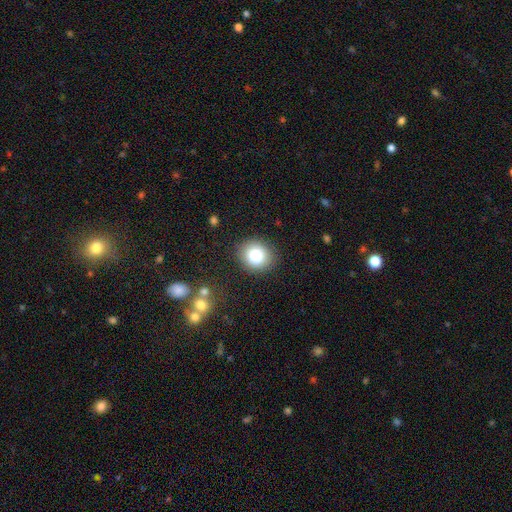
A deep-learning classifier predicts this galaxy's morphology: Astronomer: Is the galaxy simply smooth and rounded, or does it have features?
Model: smooth — 84%.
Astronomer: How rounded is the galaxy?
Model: round — 75%.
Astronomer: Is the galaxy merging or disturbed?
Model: none — 87%.